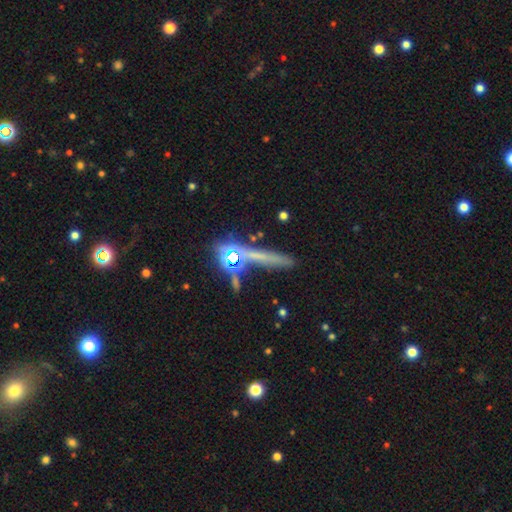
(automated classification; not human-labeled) smooth 38%, featured or disk 33%, star or artifact 29%. Down the decision tree: merging — none (60%).